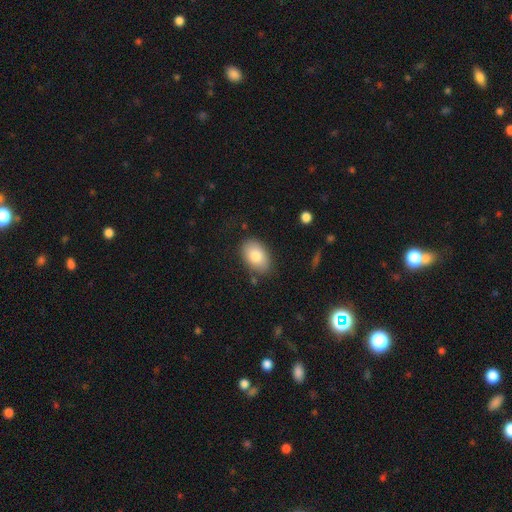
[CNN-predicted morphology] A smooth galaxy with no disk features (81%) that is in between round and cigar-shaped (89%).

Vote fractions:
- Smooth or featured? smooth: 81% / featured or disk: 12% / star or artifact: 7%
- How rounded? in between: 89% / round: 10% / cigar-shaped: 1%
- Merging? none: 81% / minor disturbance: 14% / major disturbance: 3% / merger: 2%